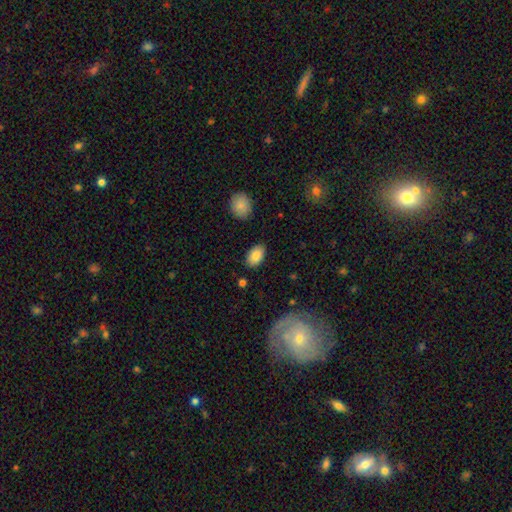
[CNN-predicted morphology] This appears to be a smooth galaxy with no disk features (87%) that is in between round and cigar-shaped (91%). Merging: none (85%).